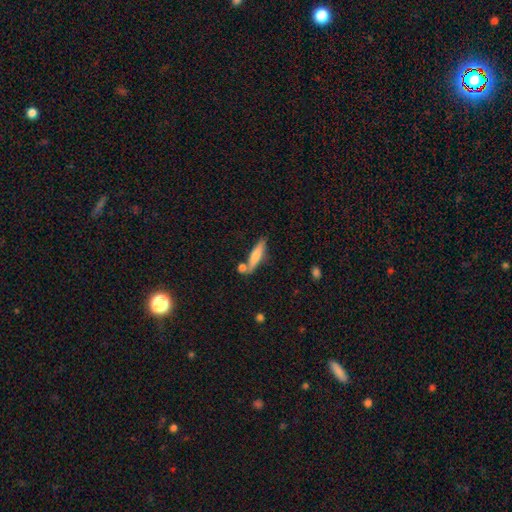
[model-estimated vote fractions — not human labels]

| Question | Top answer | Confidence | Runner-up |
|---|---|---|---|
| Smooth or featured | smooth | 66% | featured or disk (28%) |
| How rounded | cigar-shaped | 80% | in between (18%) |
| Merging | none | 65% | merger (17%) |